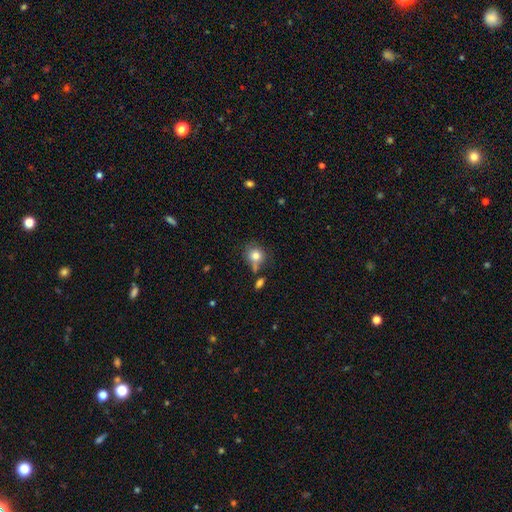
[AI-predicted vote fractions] Smooth or featured? Predicted: smooth (p=0.78). How rounded? Predicted: round (p=0.79). Merging? Predicted: none (p=0.58).